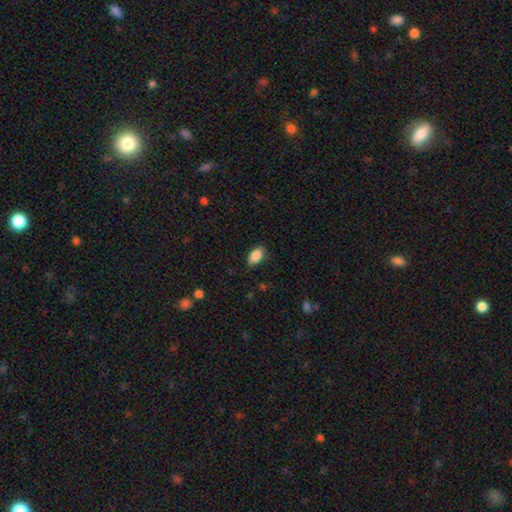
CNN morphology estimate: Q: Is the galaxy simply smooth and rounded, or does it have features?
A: smooth — 86%.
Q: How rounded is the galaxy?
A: in between — 91%.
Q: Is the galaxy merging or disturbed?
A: none — 82%.